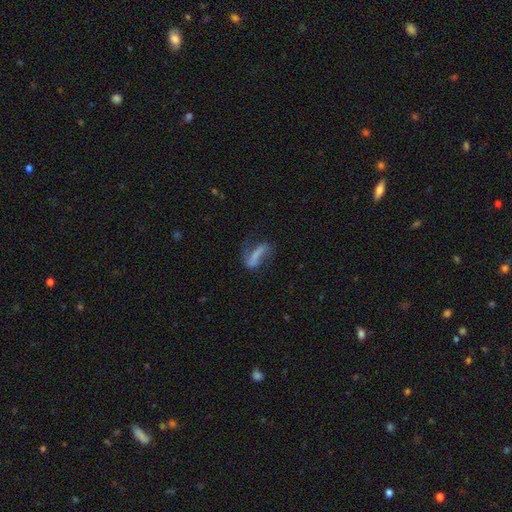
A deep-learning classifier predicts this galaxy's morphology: The model was most divided on "smooth or featured": featured or disk: 47%, smooth: 42%, star or artifact: 11%. Remaining: merging — none (44%).